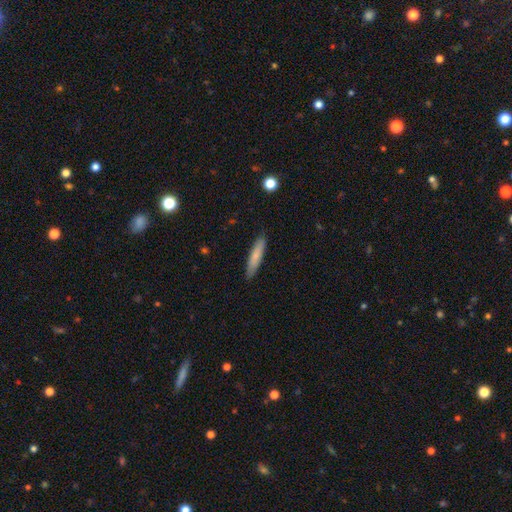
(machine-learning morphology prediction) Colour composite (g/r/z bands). It shows a smooth galaxy with no disk features (76%) that is cigar-shaped (86%). Merging: none (87%).